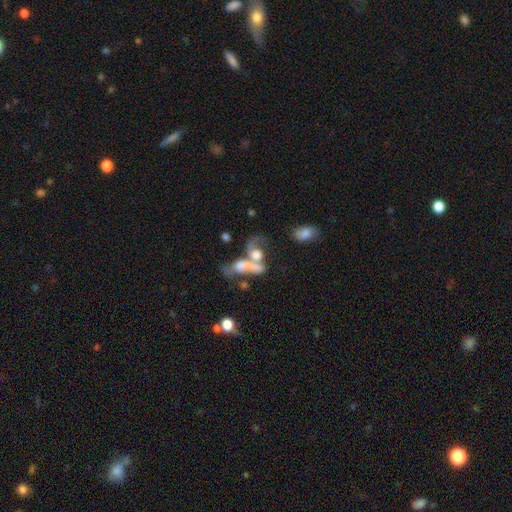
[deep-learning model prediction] The model was most divided on "smooth or featured": featured or disk: 46%, smooth: 41%, star or artifact: 13%. More confident: merging — merger (65%).